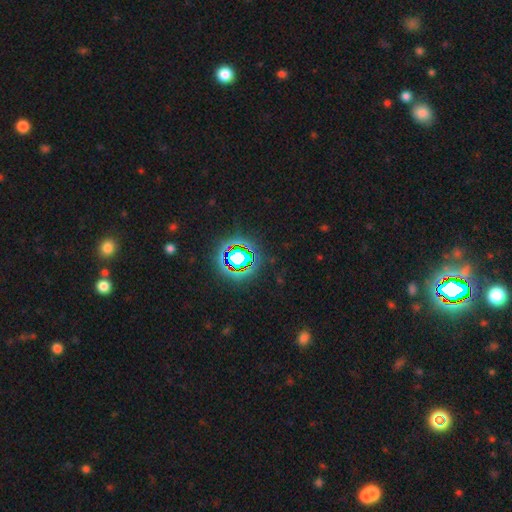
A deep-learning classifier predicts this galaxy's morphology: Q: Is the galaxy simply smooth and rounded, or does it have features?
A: star or artifact — 79%.